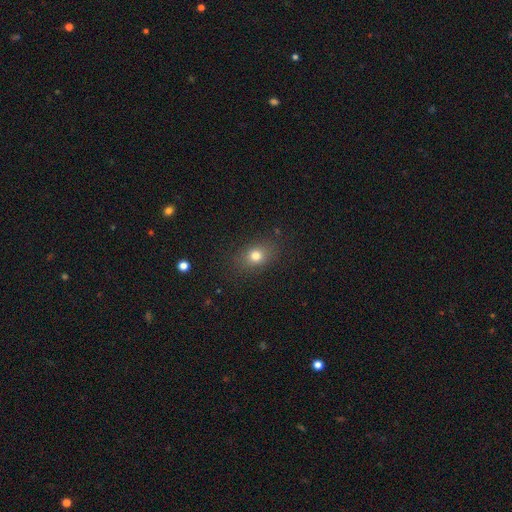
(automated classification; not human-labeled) This appears to be a smooth galaxy with no disk features (76%) that is in between round and cigar-shaped (58%). Merging: none (84%).